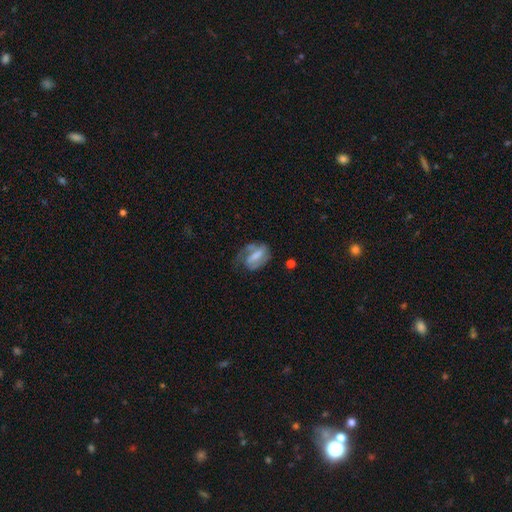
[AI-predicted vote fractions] Smooth or featured? featured or disk (54%)
Edge-on disk? no (93%)
Bar? strong (51%)
Spiral arms? yes (63%)
Bulge size? none (34%)
Merging? none (41%)